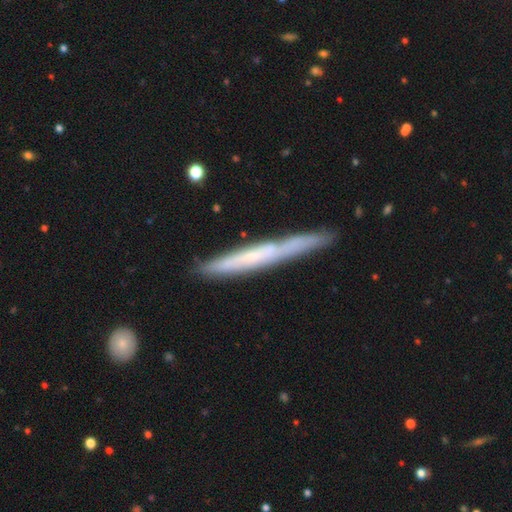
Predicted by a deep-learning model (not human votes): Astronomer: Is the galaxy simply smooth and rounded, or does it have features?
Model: featured or disk — 58% (runner-up: smooth, 36%).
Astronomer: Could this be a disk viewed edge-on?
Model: yes — 91%.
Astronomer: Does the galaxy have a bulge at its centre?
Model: none — 76%.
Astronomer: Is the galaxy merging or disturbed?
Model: none — 82%.